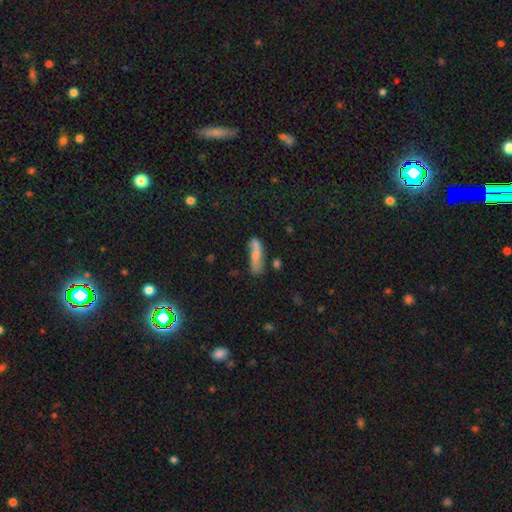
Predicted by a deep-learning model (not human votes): Smooth or featured?
  - smooth: 67% *
  - featured or disk: 23%
  - star or artifact: 10%
How rounded?
  - cigar-shaped: 63% *
  - in between: 34%
  - round: 3%
Merging?
  - none: 45% *
  - merger: 23%
  - minor disturbance: 21%
  - major disturbance: 11%